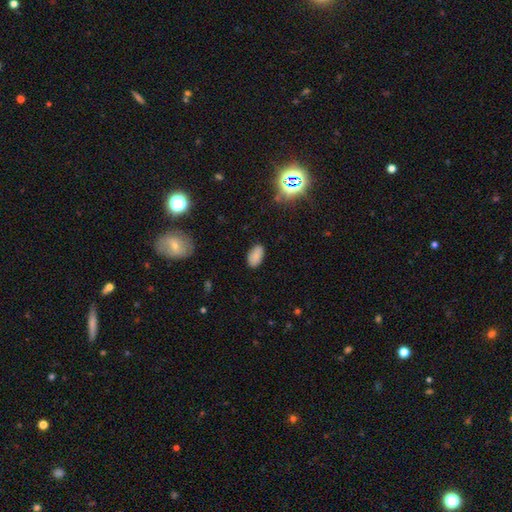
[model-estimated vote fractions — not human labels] A smooth galaxy with no disk features (83%) that is in between round and cigar-shaped (94%). Merging: none (84%).